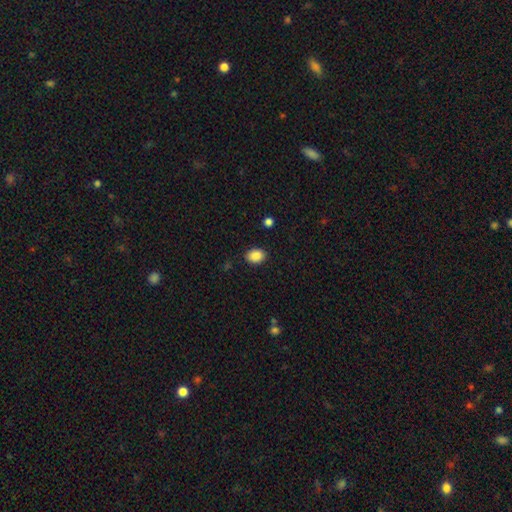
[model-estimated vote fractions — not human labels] The model was most divided on "how rounded": in between: 62%, round: 37%, cigar-shaped: 1%. More confident: smooth or featured — smooth (88%); merging — none (88%).